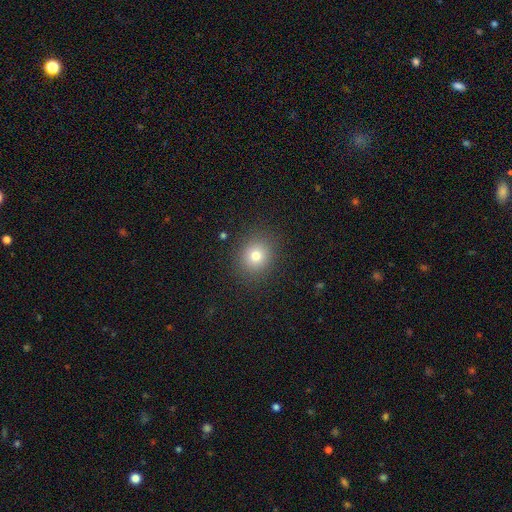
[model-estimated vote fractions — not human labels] This is likely a smooth galaxy (76%). How rounded: likely round (80%). Merging: clearly none (88%).